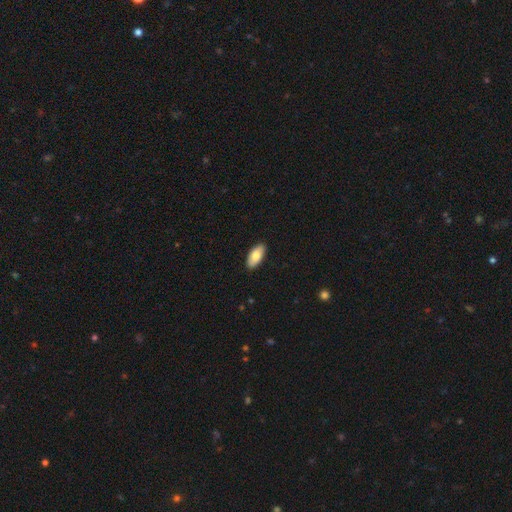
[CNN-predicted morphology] smooth 80%, featured or disk 14%, star or artifact 6%. Down the decision tree: how rounded — in between (91%); merging — none (89%).